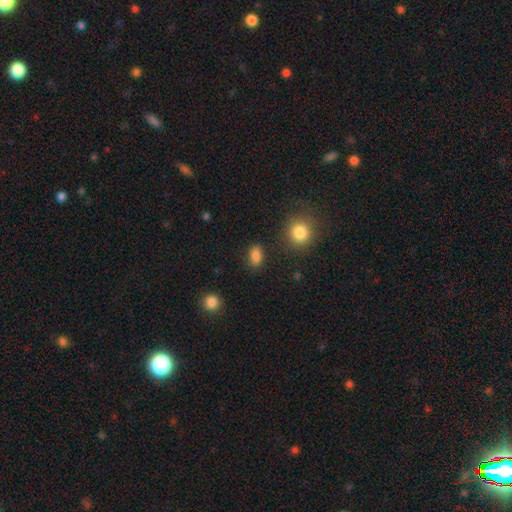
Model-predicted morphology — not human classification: smooth-or-featured: smooth: 85% | star or artifact: 10% | featured or disk: 4%
  how-rounded: in between: 84% | round: 13% | cigar-shaped: 3%
  merging: none: 84% | minor disturbance: 10% | major disturbance: 3% | merger: 2%